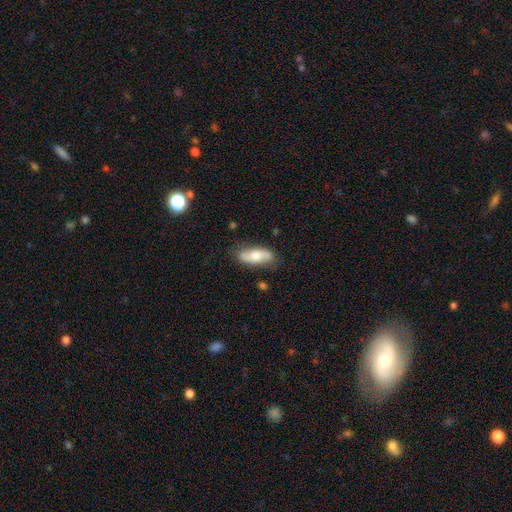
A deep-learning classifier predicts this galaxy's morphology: smooth_or_featured: smooth (p=0.63) [alt: featured or disk p=0.31]
how_rounded: in between (p=0.76) [alt: cigar-shaped p=0.21]
merging: none (p=0.76) [alt: minor disturbance p=0.18]